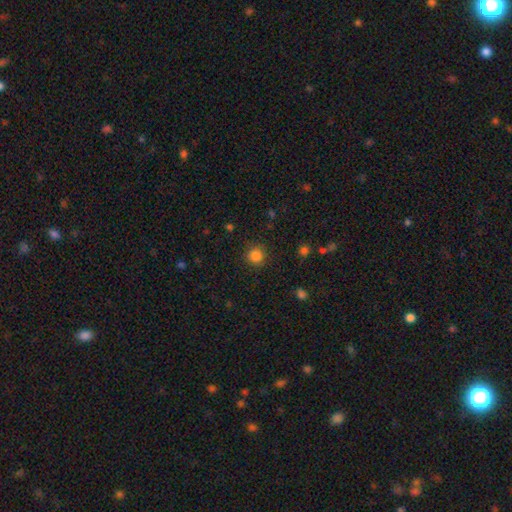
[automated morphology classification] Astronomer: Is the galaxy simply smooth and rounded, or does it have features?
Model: smooth — 84%.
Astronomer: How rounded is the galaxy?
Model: round — 93%.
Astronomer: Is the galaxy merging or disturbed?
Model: none — 90%.